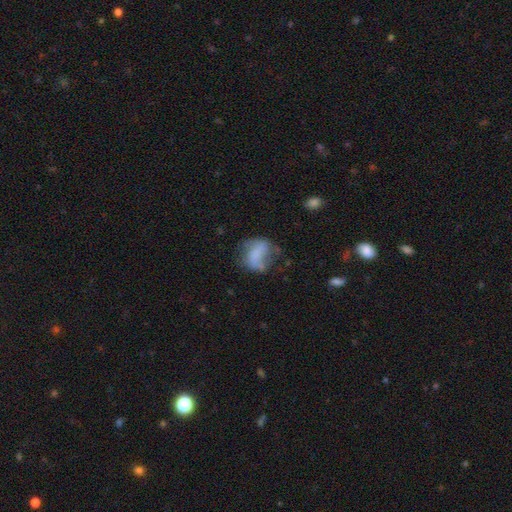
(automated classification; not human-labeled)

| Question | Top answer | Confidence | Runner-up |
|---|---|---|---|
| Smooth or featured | smooth | 45% | tied: featured or disk (45%) |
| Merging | none | 44% | minor disturbance (27%) |